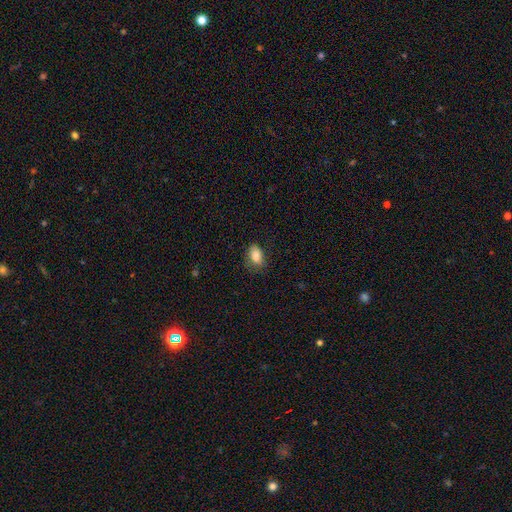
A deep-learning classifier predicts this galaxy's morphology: Smooth or featured? Predicted: smooth (p=0.84). How rounded? Predicted: in between (p=0.87). Merging? Predicted: none (p=0.64).